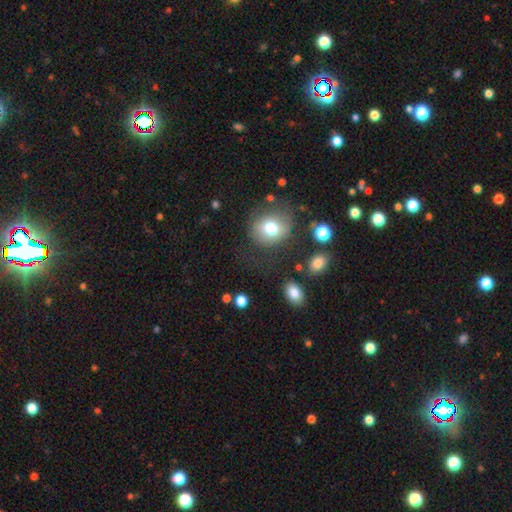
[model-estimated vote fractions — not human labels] Overall: smooth (57%; star or artifact 26%). How rounded: round (74%). Merging: none (76%).